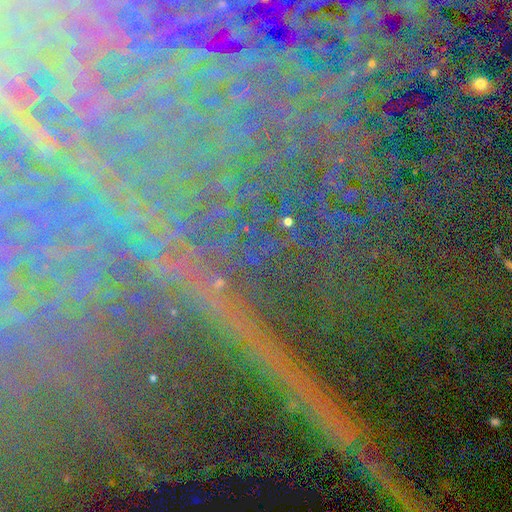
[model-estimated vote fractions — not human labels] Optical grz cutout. It shows a star or artifact, not a galaxy (83%).